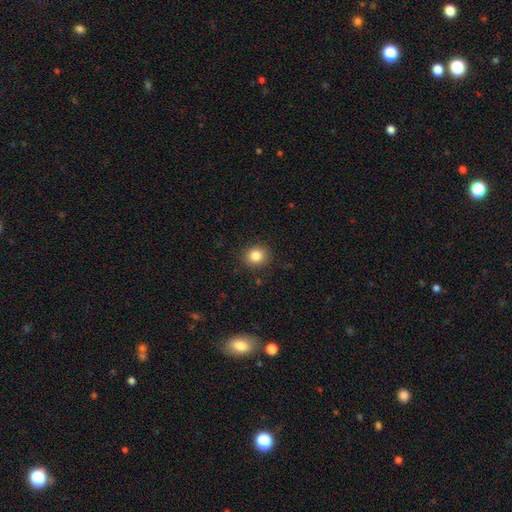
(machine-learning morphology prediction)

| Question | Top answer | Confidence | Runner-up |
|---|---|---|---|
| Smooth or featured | smooth | 84% | star or artifact (11%) |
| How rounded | round | 80% | in between (19%) |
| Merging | none | 90% | minor disturbance (7%) |